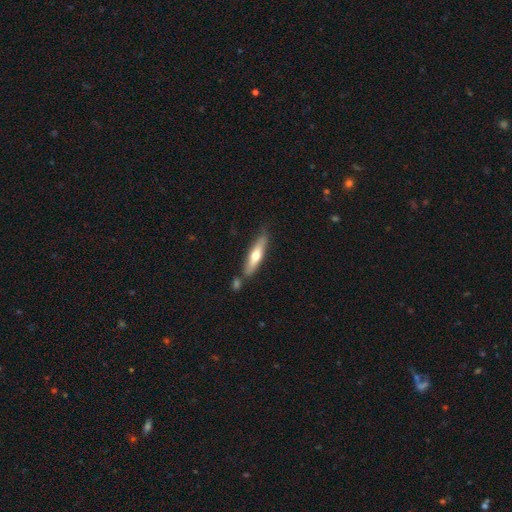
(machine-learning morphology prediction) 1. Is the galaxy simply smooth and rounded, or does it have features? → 52% smooth, 42% featured or disk, 5% star or artifact.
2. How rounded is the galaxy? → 77% cigar-shaped, 22% in between, 2% round.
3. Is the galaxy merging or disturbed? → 71% none, 15% minor disturbance, 11% merger, 3% major disturbance.